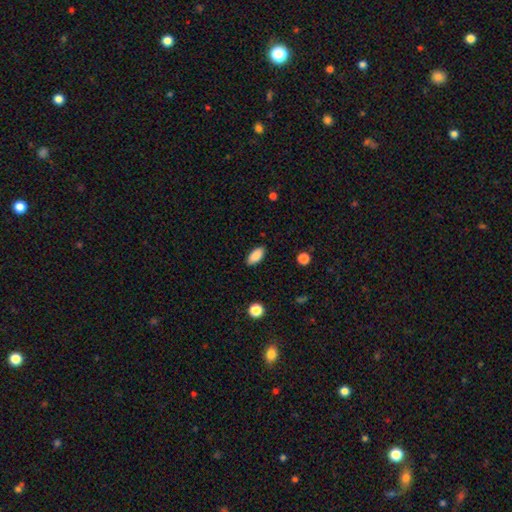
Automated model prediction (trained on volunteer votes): smooth-or-featured: smooth: 87% | star or artifact: 7% | featured or disk: 5%
  how-rounded: in between: 90% | cigar-shaped: 7% | round: 3%
  merging: none: 88% | minor disturbance: 9% | major disturbance: 2% | merger: 1%